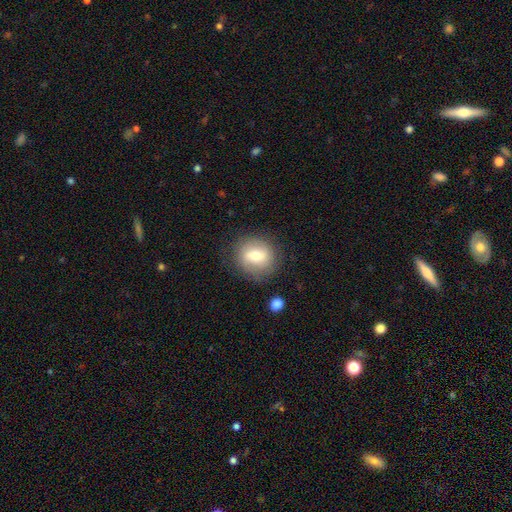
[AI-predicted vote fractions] The model was most divided on "smooth or featured": smooth: 65%, featured or disk: 25%, star or artifact: 9%. More confident: merging — none (82%); how rounded — round (81%).